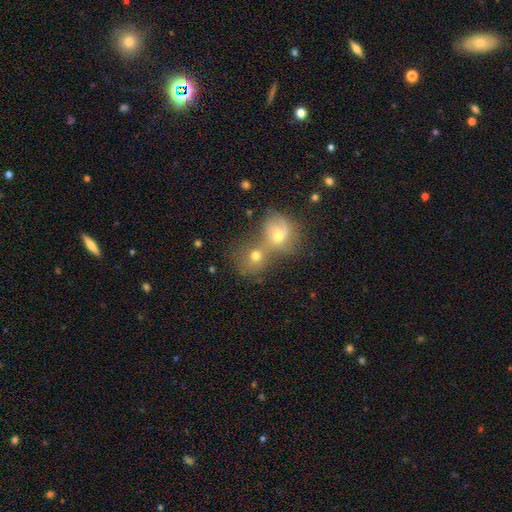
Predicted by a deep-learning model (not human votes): This appears to be a smooth galaxy with no disk features (63%) that is round (76%). Merging: merger (62%).